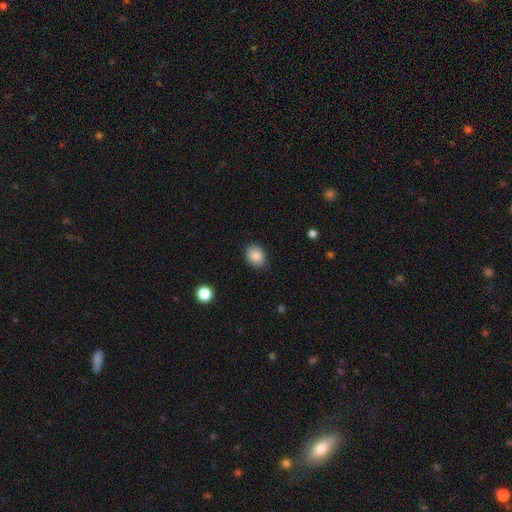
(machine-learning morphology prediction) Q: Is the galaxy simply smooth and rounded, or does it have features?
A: smooth — 86%.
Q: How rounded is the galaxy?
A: in between — 58%.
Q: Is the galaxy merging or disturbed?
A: none — 82%.